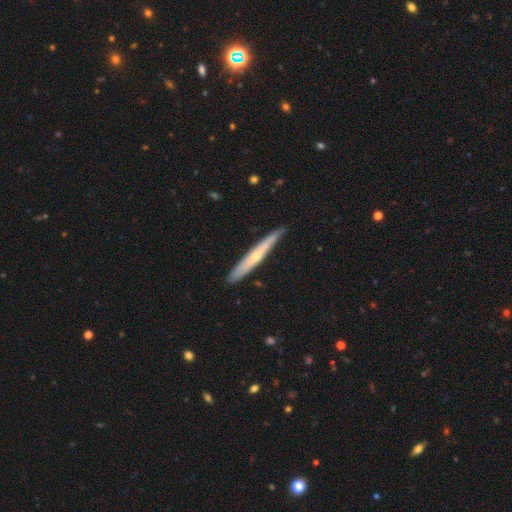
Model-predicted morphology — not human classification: This appears to be a featured or disk galaxy (57%) viewed edge-on (92%) with a rounded central bulge (65%). Merging: none (86%).